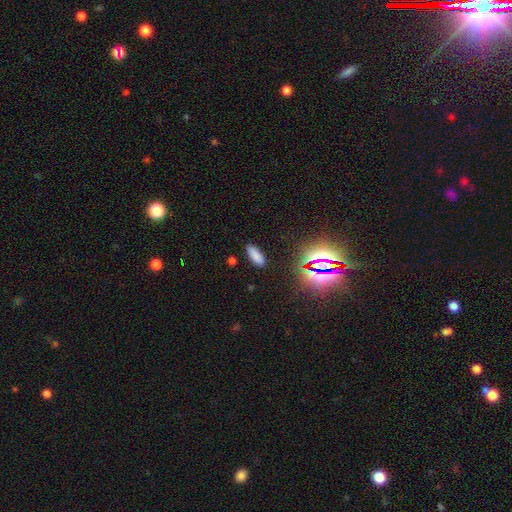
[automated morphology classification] Smooth or featured? smooth (77%)
How rounded? in between (71%)
Merging? none (87%)